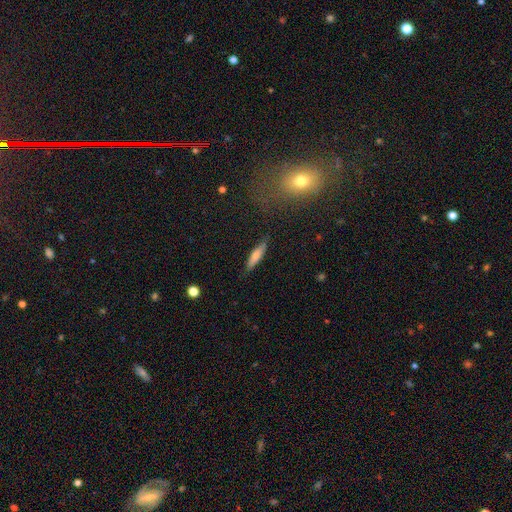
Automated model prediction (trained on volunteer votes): Smooth or featured? Predicted: smooth (p=0.72). How rounded? Predicted: cigar-shaped (p=0.75). Merging? Predicted: none (p=0.81).